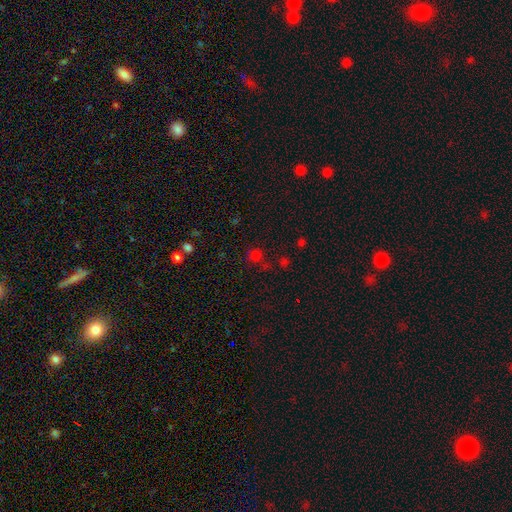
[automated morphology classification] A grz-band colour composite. It shows a smooth galaxy with no disk features (59%) that is round (84%). Merging: none (63%).